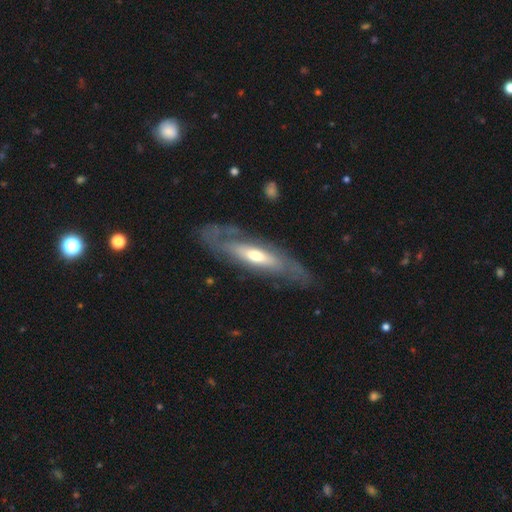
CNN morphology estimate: Smooth or featured? Predicted: featured or disk (p=0.68). Edge-on disk? Predicted: no (p=0.59). Merging? Predicted: none (p=0.72).